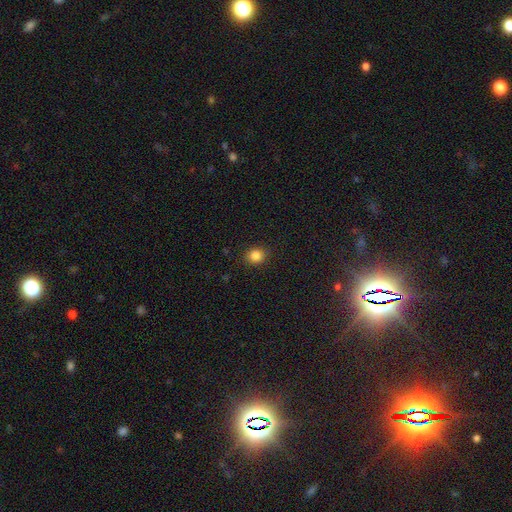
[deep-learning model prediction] smooth-or-featured: smooth: 85% | star or artifact: 11% | featured or disk: 4%
  how-rounded: round: 80% | in between: 20% | cigar-shaped: 1%
  merging: none: 90% | minor disturbance: 7% | major disturbance: 2% | merger: 1%